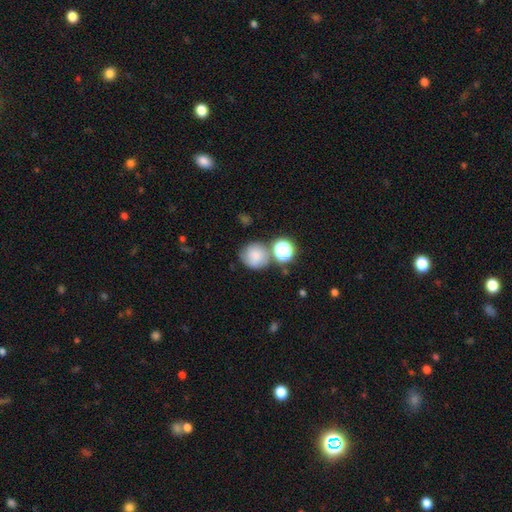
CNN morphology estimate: smooth 72%, featured or disk 14%, star or artifact 14%. Down the decision tree: how rounded — round (87%); merging — none (59%).